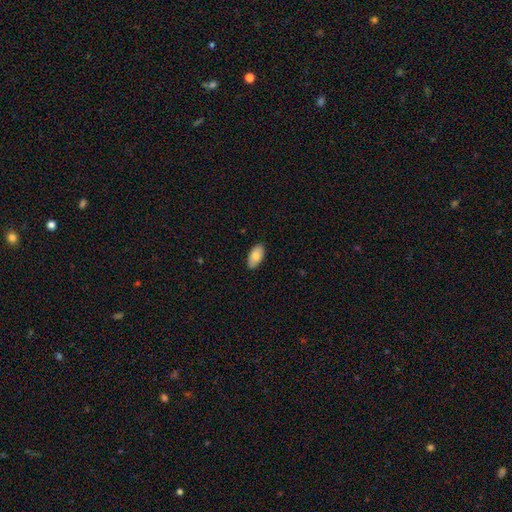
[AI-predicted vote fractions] Smooth or featured?
  - smooth: 82% *
  - featured or disk: 12%
  - star or artifact: 6%
How rounded?
  - in between: 94% *
  - cigar-shaped: 3%
  - round: 2%
Merging?
  - none: 88% *
  - minor disturbance: 9%
  - major disturbance: 2%
  - merger: 1%